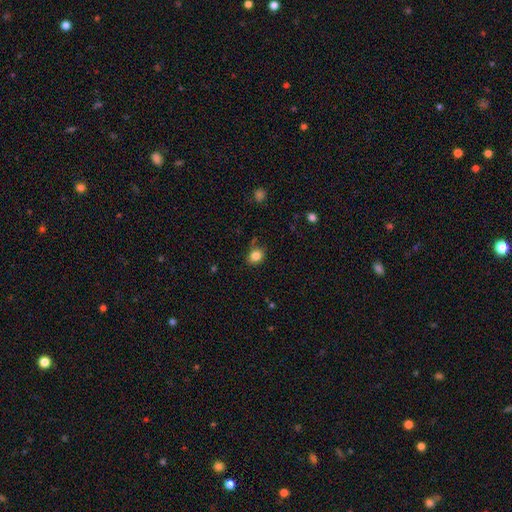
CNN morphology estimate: A smooth galaxy with no disk features (83%) that is round (56%).

Vote fractions:
- Smooth or featured? smooth: 83% / star or artifact: 11% / featured or disk: 6%
- How rounded? round: 56% / in between: 44% / cigar-shaped: 1%
- Merging? none: 74% / minor disturbance: 19% / major disturbance: 4% / merger: 3%